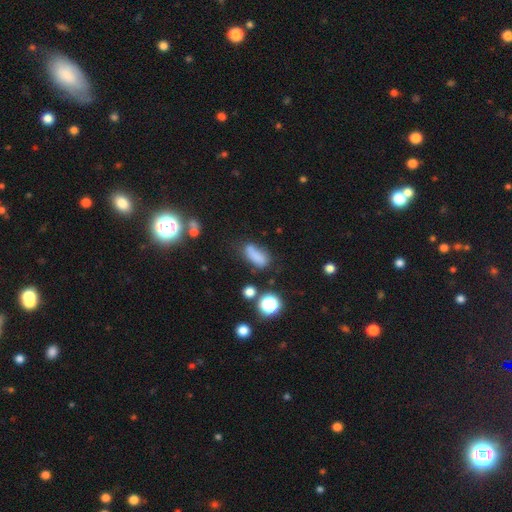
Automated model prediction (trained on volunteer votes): This is likely a smooth galaxy (71%). How rounded: likely in between (74%). Merging: possibly none (45%).